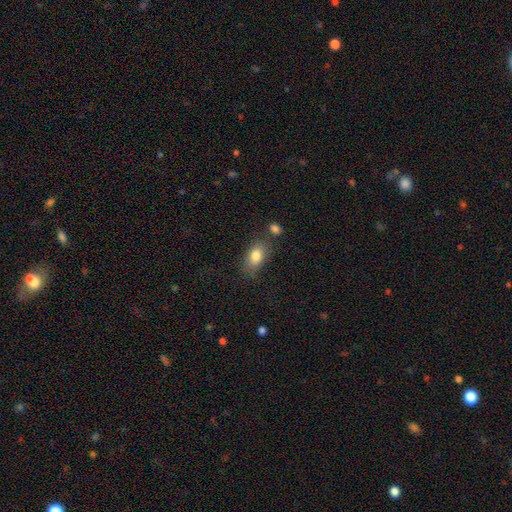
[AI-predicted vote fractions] smooth 81%, featured or disk 11%, star or artifact 8%. Down the decision tree: how rounded — in between (87%); merging — none (68%).